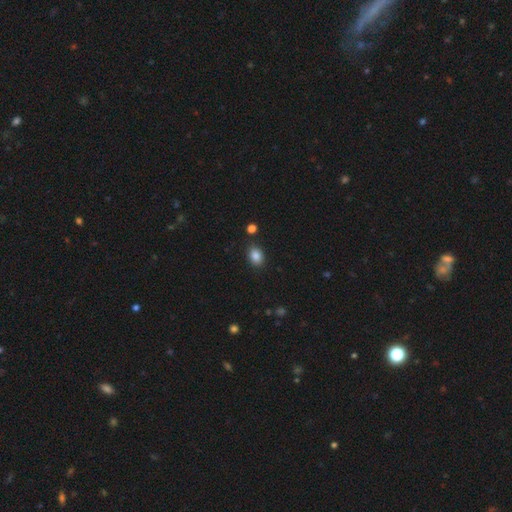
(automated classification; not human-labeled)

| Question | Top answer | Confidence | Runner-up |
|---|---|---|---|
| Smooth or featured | smooth | 85% | star or artifact (10%) |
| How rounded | in between | 70% | round (29%) |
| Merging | none | 85% | minor disturbance (10%) |